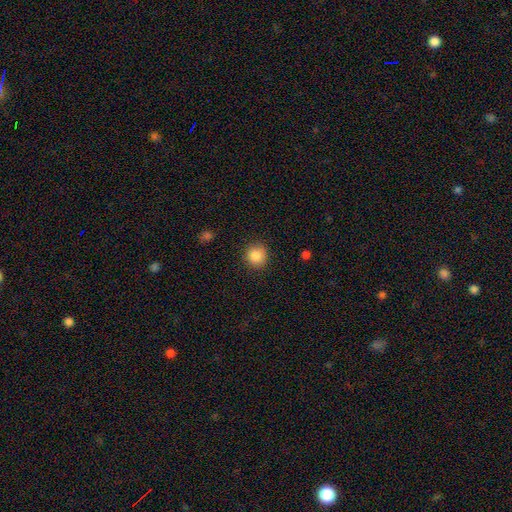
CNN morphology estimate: Smooth or featured?
  - smooth: 86% *
  - star or artifact: 10%
  - featured or disk: 4%
How rounded?
  - round: 90% *
  - in between: 9%
  - cigar-shaped: 1%
Merging?
  - none: 88% *
  - minor disturbance: 9%
  - major disturbance: 2%
  - merger: 1%